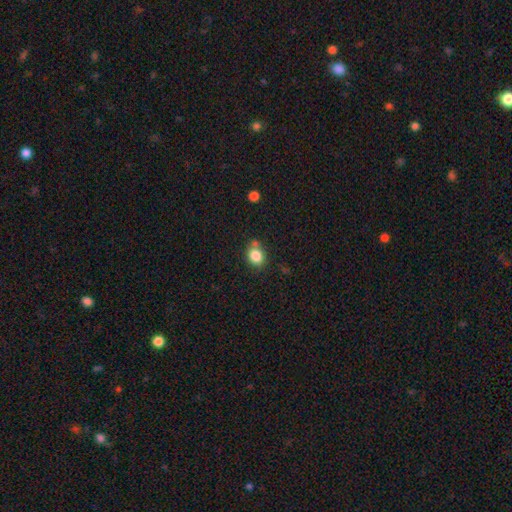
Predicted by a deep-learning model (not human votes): smooth_or_featured: smooth (p=0.83) [alt: star or artifact p=0.10]
how_rounded: round (p=0.53) [alt: in between p=0.46]
merging: none (p=0.62) [alt: minor disturbance p=0.18]